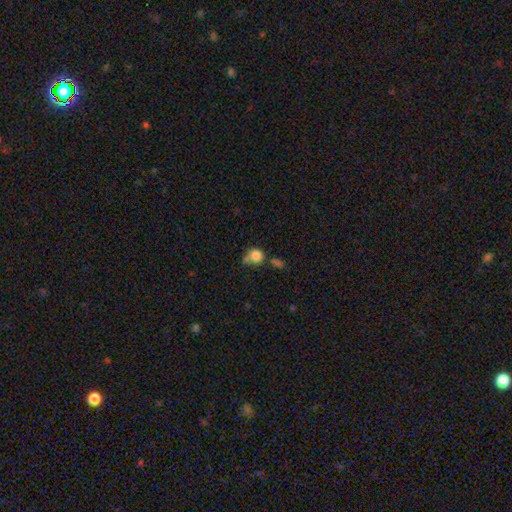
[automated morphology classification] Q: Smooth or featured?
A: smooth (81%); runner-up: star or artifact (11%)
Q: How rounded?
A: round (83%); runner-up: in between (16%)
Q: Merging?
A: none (46%); runner-up: merger (26%)